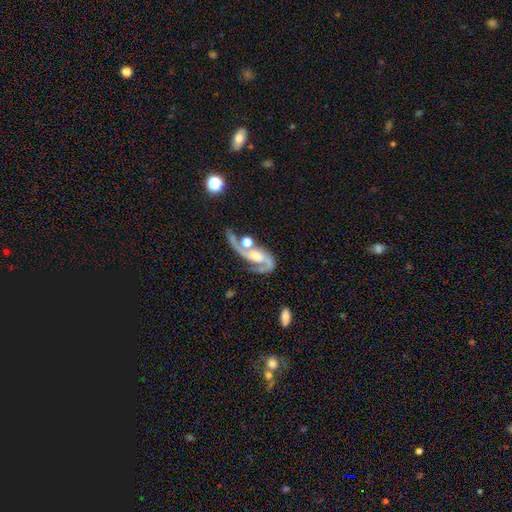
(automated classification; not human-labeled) featured or disk 87%, smooth 7%, star or artifact 6%. Down the decision tree: edge-on disk — no (95%); bar — no (50%); spiral arms — yes (95%); spiral arm count — 2 (85%); spiral winding — medium (45%); bulge size — moderate (58%); merging — none (37%).